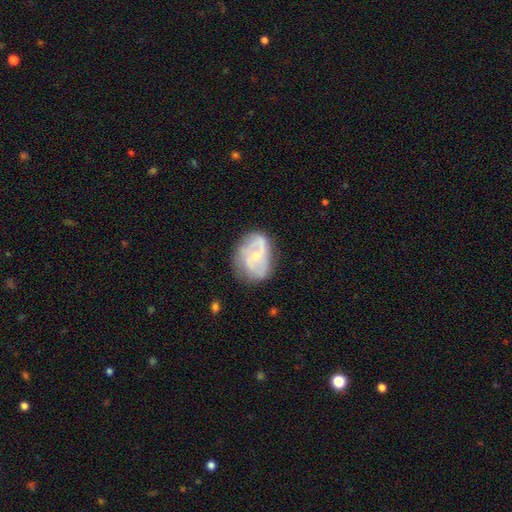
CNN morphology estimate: type=featured or disk (73%); edge-on=no (97%); bar=no (61%); spiral arms=yes (80%); winding=medium (44%); arm count=2 (54%); bulge=small (58%); merging=none (58%).